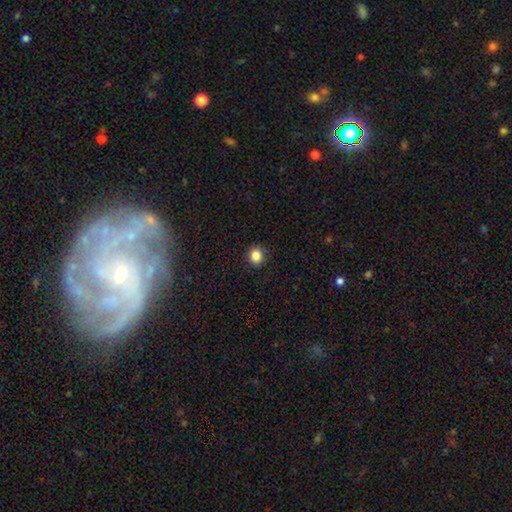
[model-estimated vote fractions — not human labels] smooth_or_featured: smooth (p=0.85) [alt: star or artifact p=0.11]
how_rounded: round (p=0.83) [alt: in between p=0.16]
merging: none (p=0.92) [alt: minor disturbance p=0.05]